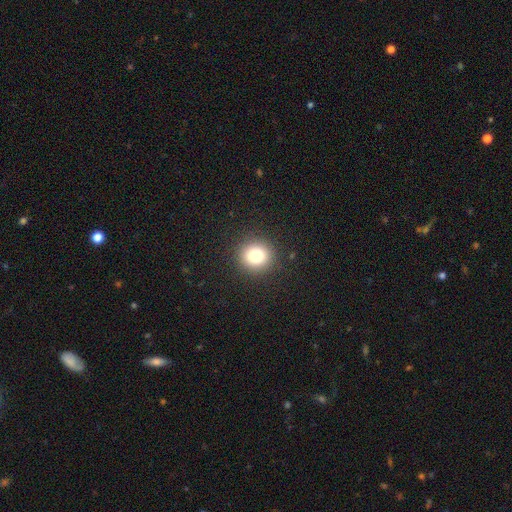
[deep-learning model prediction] Smooth or featured: smooth — 80% (star or artifact — 13%)
How rounded: round — 89% (in between — 10%)
Merging: none — 91% (minor disturbance — 6%)